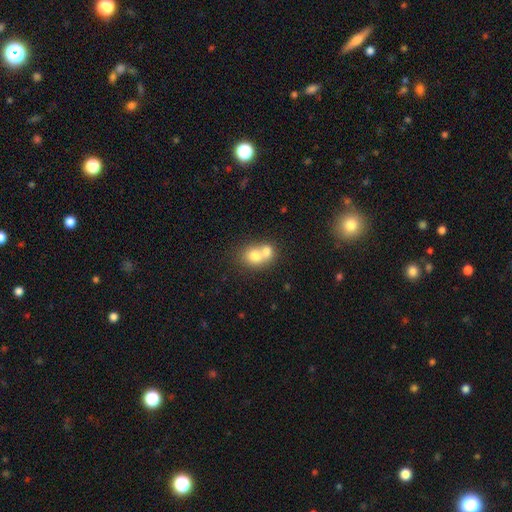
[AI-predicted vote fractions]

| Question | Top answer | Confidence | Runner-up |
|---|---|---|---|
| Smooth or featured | smooth | 73% | featured or disk (18%) |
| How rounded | round | 64% | in between (35%) |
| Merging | merger | 67% | none (25%) |